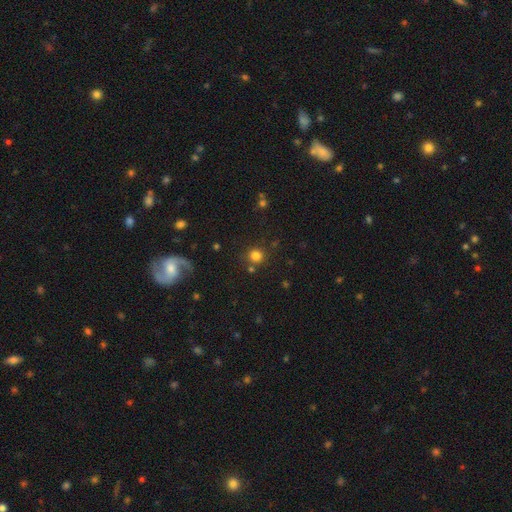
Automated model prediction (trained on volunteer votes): This is likely a smooth galaxy (80%). How rounded: clearly round (90%). Merging: likely none (79%).